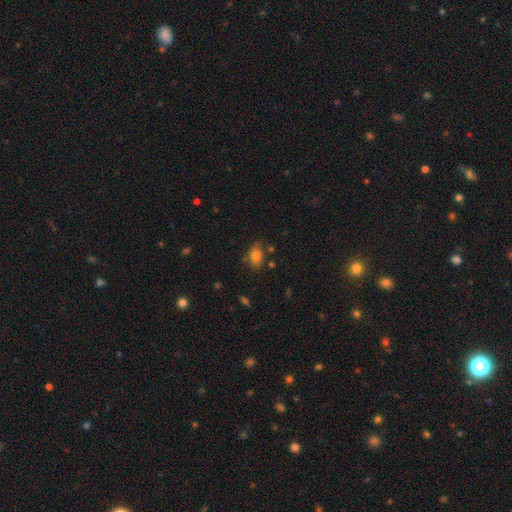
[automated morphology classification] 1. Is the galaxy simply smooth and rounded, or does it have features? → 81% smooth, 11% star or artifact, 8% featured or disk.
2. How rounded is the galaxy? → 83% in between, 15% round, 2% cigar-shaped.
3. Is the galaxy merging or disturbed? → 69% none, 20% minor disturbance, 6% major disturbance, 5% merger.